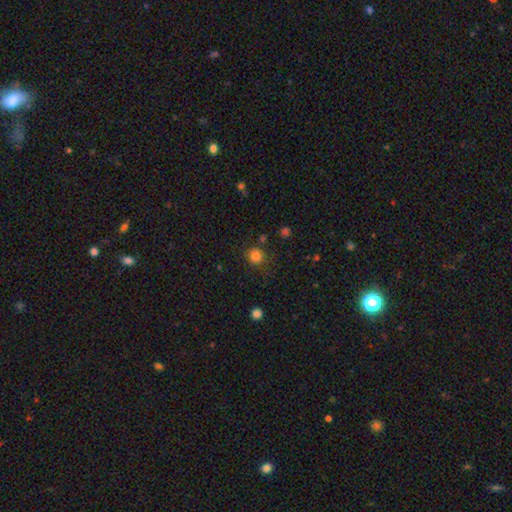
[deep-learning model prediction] Morphology: type=smooth (82%); roundness=round (90%); merging=none (80%).